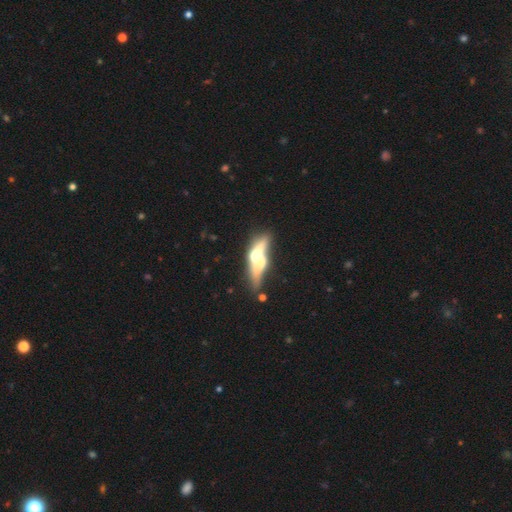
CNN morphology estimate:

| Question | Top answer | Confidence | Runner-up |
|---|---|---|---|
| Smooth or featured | featured or disk | 56% | smooth (36%) |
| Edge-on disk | yes | 68% | no (32%) |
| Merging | merger | 44% | none (28%) |